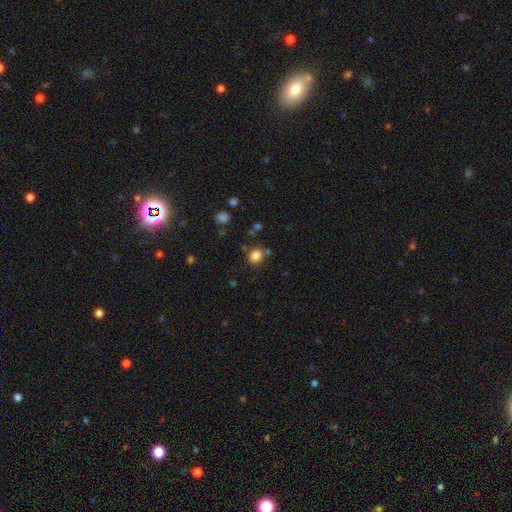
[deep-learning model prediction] The model was most divided on "how rounded": round: 60%, in between: 39%, cigar-shaped: 1%. More confident: smooth or featured — smooth (83%); merging — none (75%).